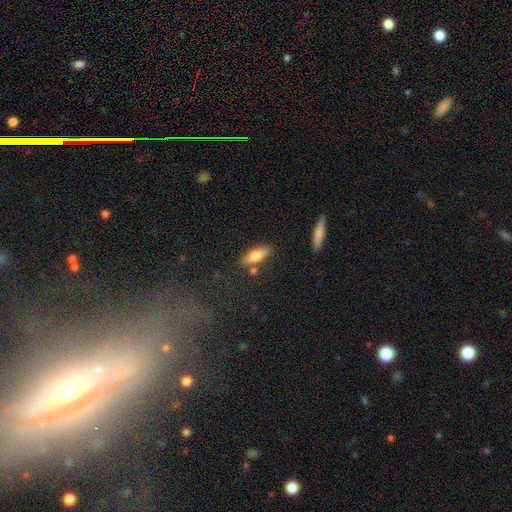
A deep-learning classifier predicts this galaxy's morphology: smooth_or_featured: smooth (p=0.72) [alt: featured or disk p=0.22]
how_rounded: in between (p=0.58) [alt: cigar-shaped p=0.39]
merging: none (p=0.78) [alt: minor disturbance p=0.11]